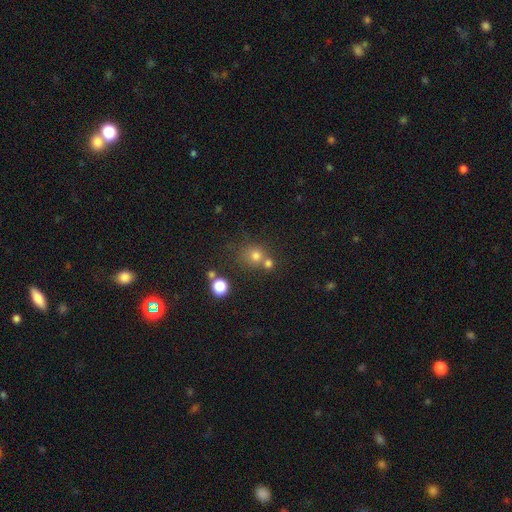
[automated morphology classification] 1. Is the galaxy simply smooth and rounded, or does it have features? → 72% smooth, 18% star or artifact, 10% featured or disk.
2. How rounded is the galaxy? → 84% round, 15% in between, 1% cigar-shaped.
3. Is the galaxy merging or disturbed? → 54% none, 33% merger, 9% minor disturbance, 4% major disturbance.